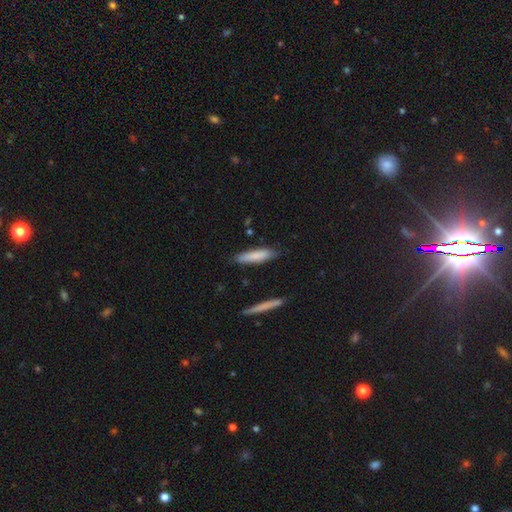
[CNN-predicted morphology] A smooth galaxy with no disk features (78%) that is cigar-shaped (77%).

Vote fractions:
- Smooth or featured? smooth: 78% / featured or disk: 16% / star or artifact: 6%
- How rounded? cigar-shaped: 77% / in between: 22% / round: 1%
- Merging? none: 81% / minor disturbance: 14% / merger: 3% / major disturbance: 2%